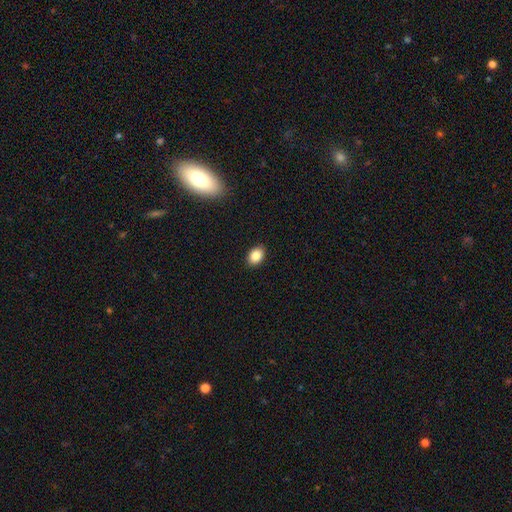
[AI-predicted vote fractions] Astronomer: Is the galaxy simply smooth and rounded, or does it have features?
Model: smooth — 86%.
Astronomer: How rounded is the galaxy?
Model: in between — 76%.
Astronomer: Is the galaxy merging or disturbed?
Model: none — 90%.